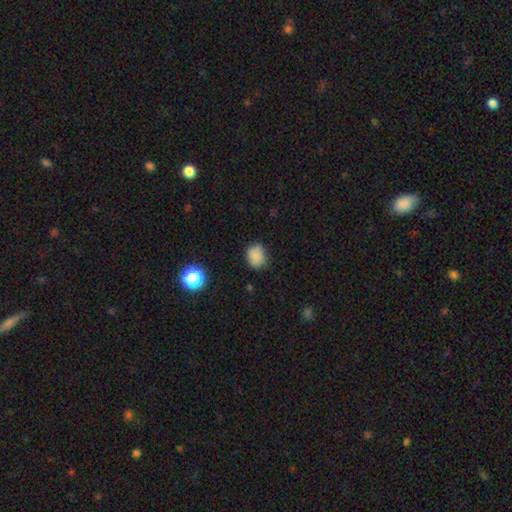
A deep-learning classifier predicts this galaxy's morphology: smooth_or_featured: smooth (p=0.82) [alt: star or artifact p=0.12]
how_rounded: round (p=0.62) [alt: in between p=0.38]
merging: none (p=0.78) [alt: minor disturbance p=0.17]